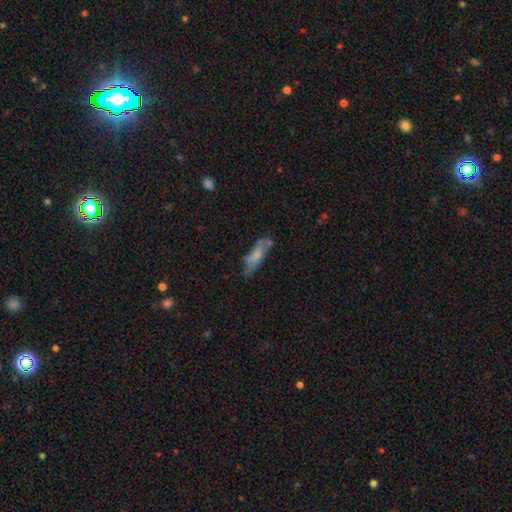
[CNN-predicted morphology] Q: Smooth or featured?
A: smooth (64%); runner-up: featured or disk (28%)
Q: How rounded?
A: cigar-shaped (56%); runner-up: in between (42%)
Q: Merging?
A: none (47%); runner-up: minor disturbance (30%)